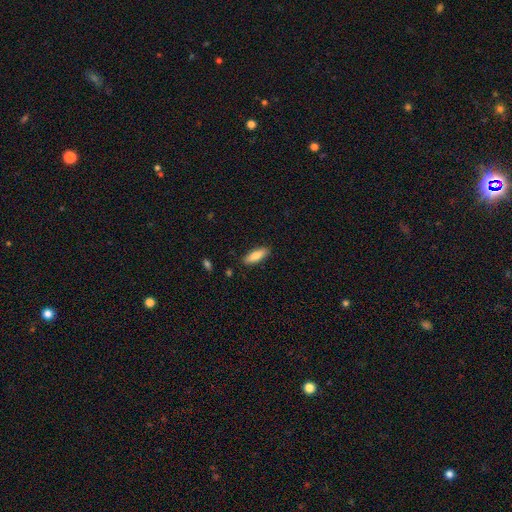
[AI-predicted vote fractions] A smooth galaxy with no disk features (78%) that is in between round and cigar-shaped (57%). Merging: none (87%).